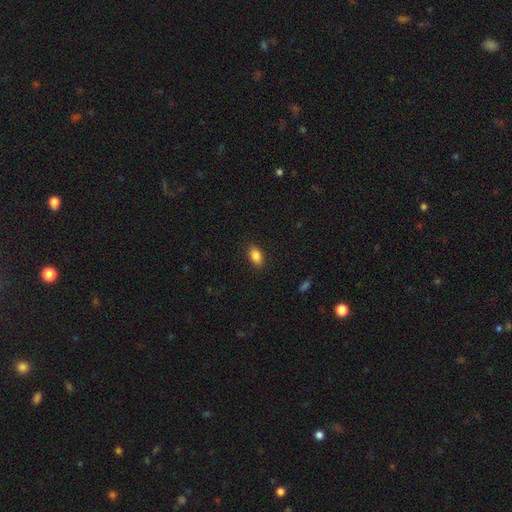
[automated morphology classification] Smooth or featured? smooth (86%)
How rounded? in between (89%)
Merging? none (88%)